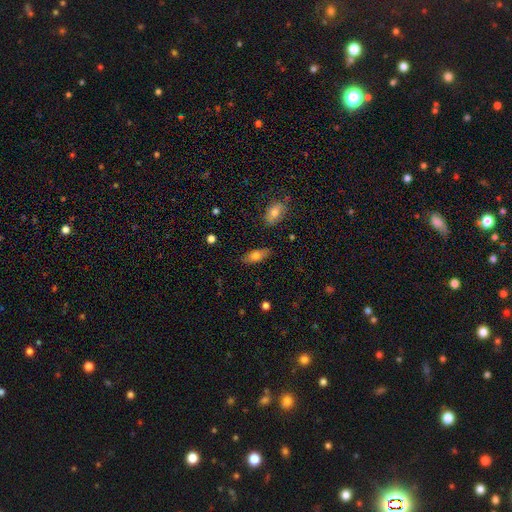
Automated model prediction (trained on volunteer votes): This appears to be a smooth galaxy with no disk features (75%) that is in between round and cigar-shaped (80%). Merging: none (84%).